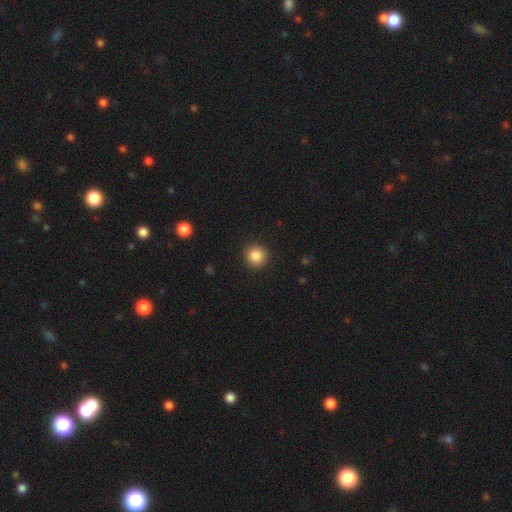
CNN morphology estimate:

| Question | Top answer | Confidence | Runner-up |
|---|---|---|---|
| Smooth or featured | smooth | 87% | star or artifact (10%) |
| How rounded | round | 95% | in between (4%) |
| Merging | none | 92% | minor disturbance (5%) |